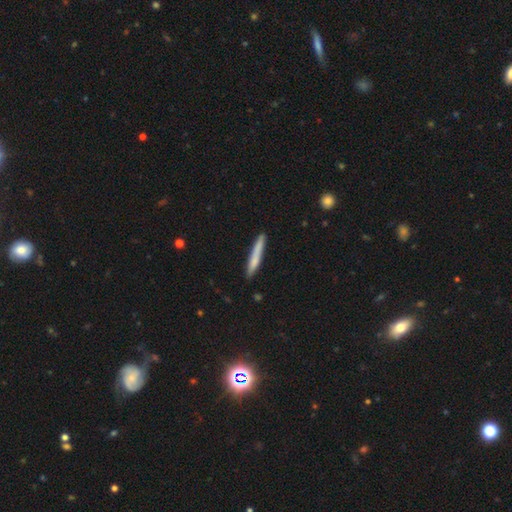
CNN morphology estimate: This is likely a smooth galaxy (71%). How rounded: clearly cigar-shaped (96%). Merging: clearly none (86%).